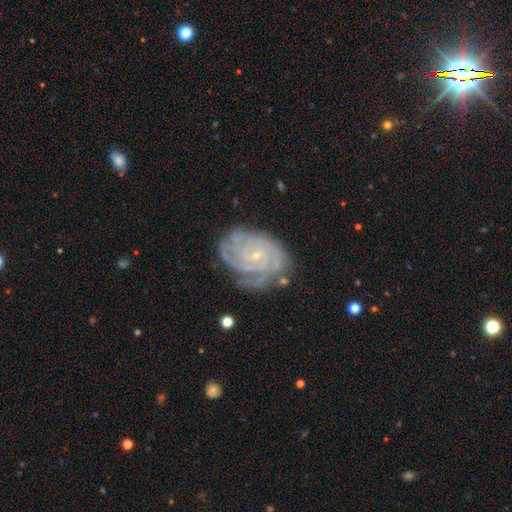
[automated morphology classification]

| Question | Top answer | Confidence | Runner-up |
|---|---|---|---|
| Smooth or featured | featured or disk | 87% | star or artifact (7%) |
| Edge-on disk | no | 97% | yes (3%) |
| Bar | no | 68% | weak (25%) |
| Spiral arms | yes | 98% | no (2%) |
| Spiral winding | tight | 80% | medium (17%) |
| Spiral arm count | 4 | 24% | 3 (23%) |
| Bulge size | small | 83% | moderate (12%) |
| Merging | none | 71% | minor disturbance (20%) |